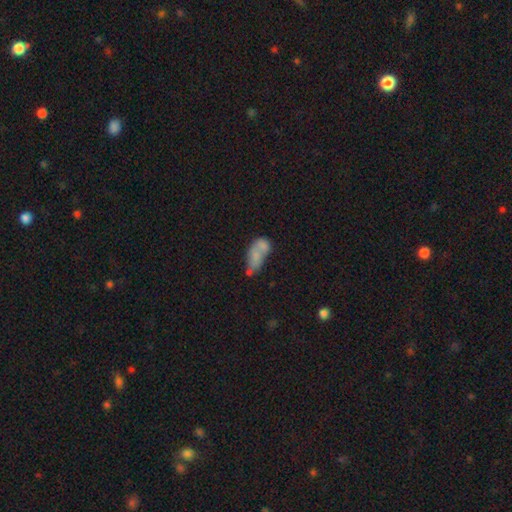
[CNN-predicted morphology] Smooth or featured: smooth — 63% (featured or disk — 27%)
How rounded: in between — 85% (cigar-shaped — 10%)
Merging: merger — 40% (none — 25%)